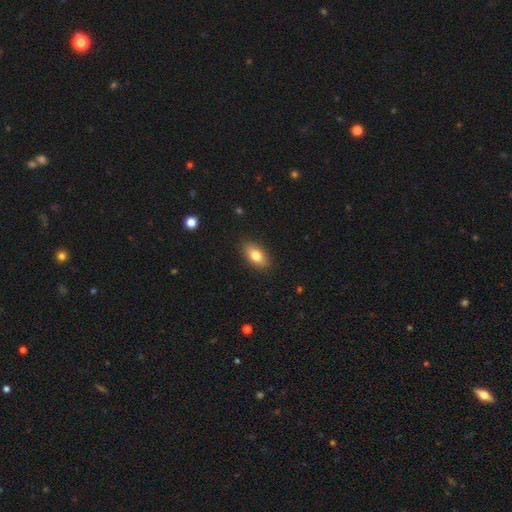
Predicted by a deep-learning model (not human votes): Smooth or featured? Predicted: smooth (p=0.80). How rounded? Predicted: in between (p=0.90). Merging? Predicted: none (p=0.88).